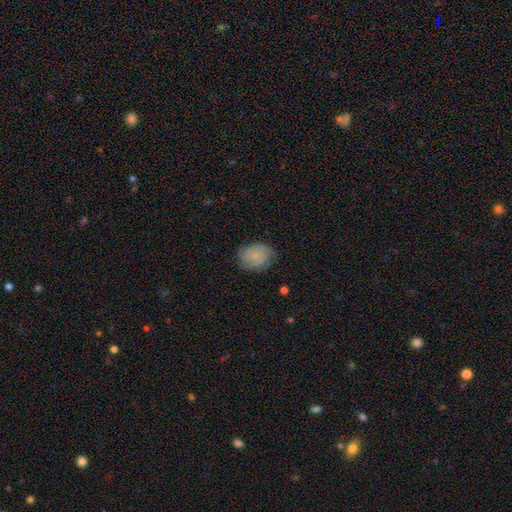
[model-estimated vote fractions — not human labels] Morphology: type=smooth (56%); roundness=in between (50%); merging=none (73%).